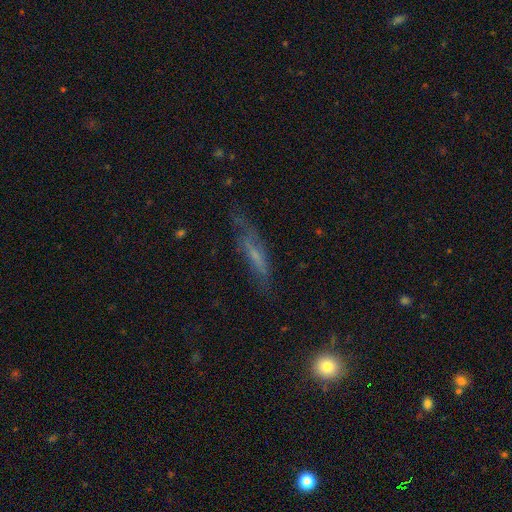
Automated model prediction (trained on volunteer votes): smooth_or_featured: featured or disk (p=0.48) [alt: smooth p=0.39]
merging: none (p=0.61) [alt: minor disturbance p=0.24]